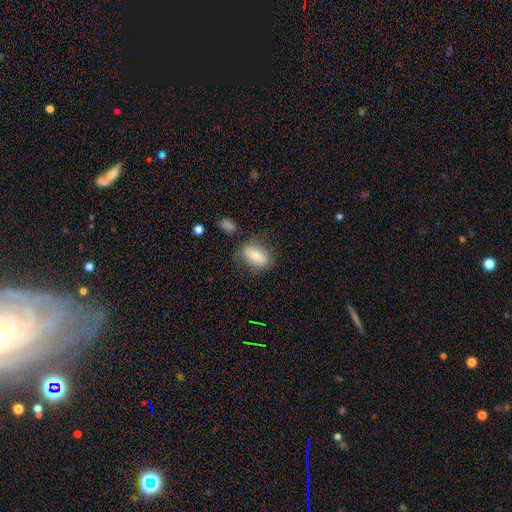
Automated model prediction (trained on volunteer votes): This is likely a smooth galaxy (74%). How rounded: clearly in between (84%). Merging: likely none (73%).